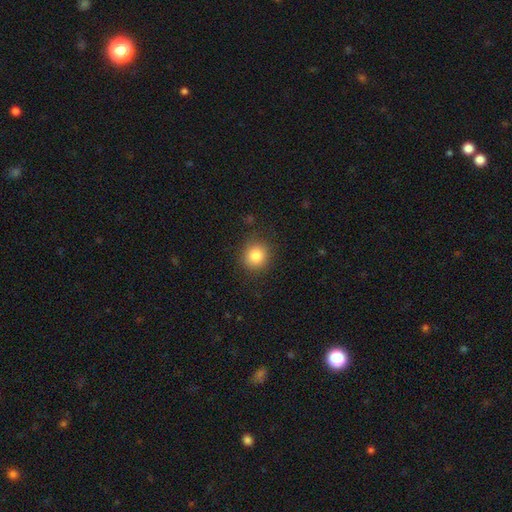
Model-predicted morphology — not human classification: Smooth or featured: smooth — 84% (star or artifact — 10%)
How rounded: round — 90% (in between — 9%)
Merging: none — 87% (minor disturbance — 9%)